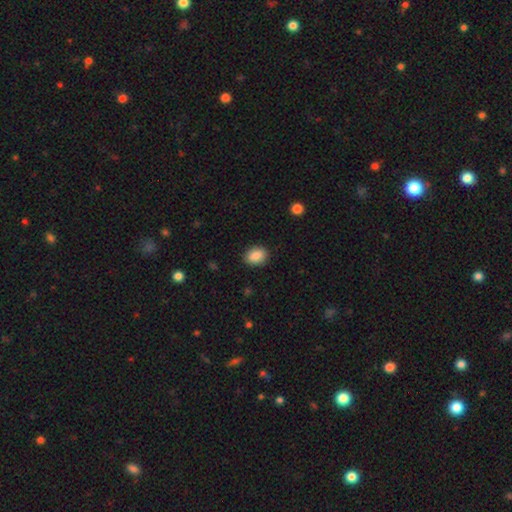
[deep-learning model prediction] smooth_or_featured: smooth (p=0.88) [alt: star or artifact p=0.08]
how_rounded: in between (p=0.65) [alt: round p=0.34]
merging: none (p=0.88) [alt: minor disturbance p=0.09]